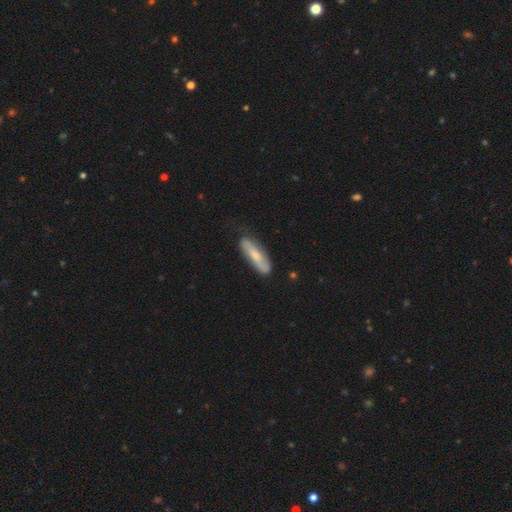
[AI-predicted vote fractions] Smooth or featured?
  - smooth: 48% *
  - featured or disk: 46%
  - star or artifact: 6%
Merging?
  - none: 71% *
  - minor disturbance: 22%
  - major disturbance: 5%
  - merger: 2%